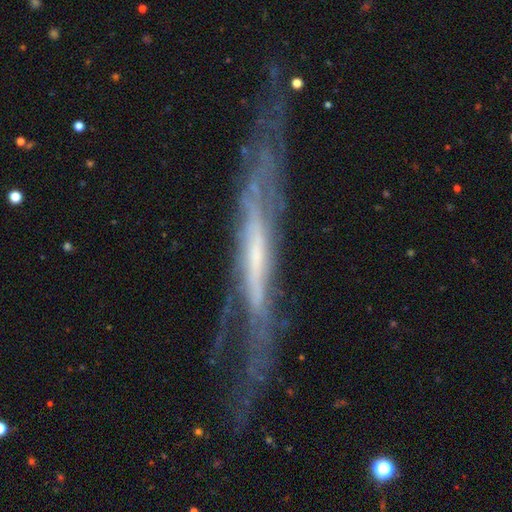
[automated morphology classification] Q: Smooth or featured?
A: featured or disk (80%); runner-up: smooth (13%)
Q: Edge-on disk?
A: yes (70%); runner-up: no (30%)
Q: Edge-on bulge?
A: none (69%); runner-up: rounded (21%)
Q: Merging?
A: none (59%); runner-up: minor disturbance (22%)